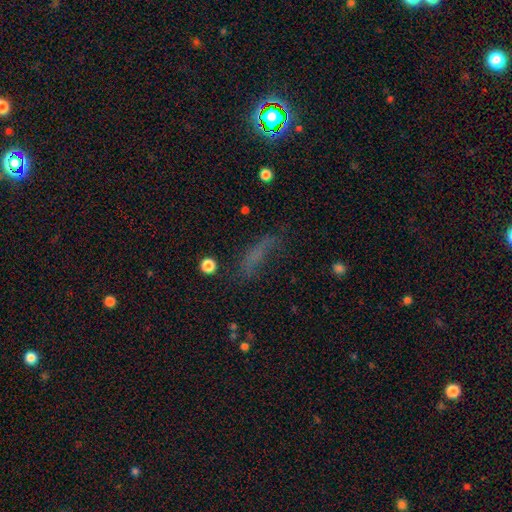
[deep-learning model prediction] smooth_or_featured: smooth (p=0.46) [alt: star or artifact p=0.31]
merging: none (p=0.52) [alt: minor disturbance p=0.24]